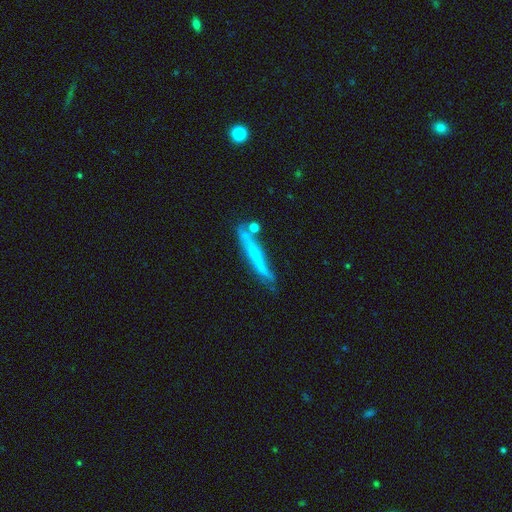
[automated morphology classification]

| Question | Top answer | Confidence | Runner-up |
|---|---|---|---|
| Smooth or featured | featured or disk | 63% | smooth (31%) |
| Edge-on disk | yes | 89% | no (11%) |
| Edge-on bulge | rounded | 54% | none (40%) |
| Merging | none | 61% | minor disturbance (23%) |